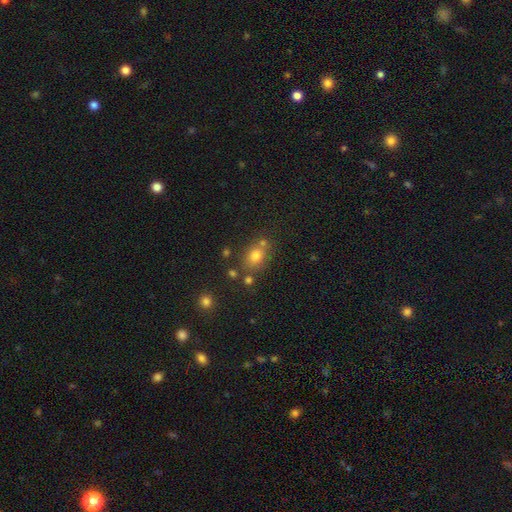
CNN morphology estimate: A smooth galaxy with no disk features (74%) that is in between round and cigar-shaped (52%).

Vote fractions:
- Smooth or featured? smooth: 74% / star or artifact: 15% / featured or disk: 11%
- How rounded? in between: 52% / round: 46% / cigar-shaped: 1%
- Merging? none: 66% / merger: 17% / minor disturbance: 13% / major disturbance: 4%